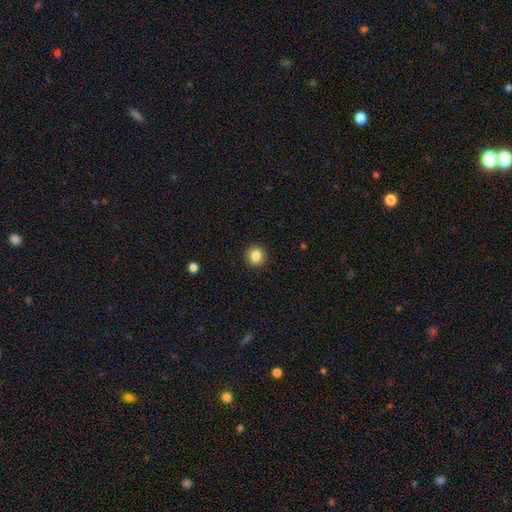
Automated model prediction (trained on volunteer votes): Smooth or featured?
  - smooth: 85% *
  - star or artifact: 10%
  - featured or disk: 5%
How rounded?
  - round: 86% *
  - in between: 13%
  - cigar-shaped: 1%
Merging?
  - none: 91% *
  - minor disturbance: 6%
  - major disturbance: 2%
  - merger: 1%